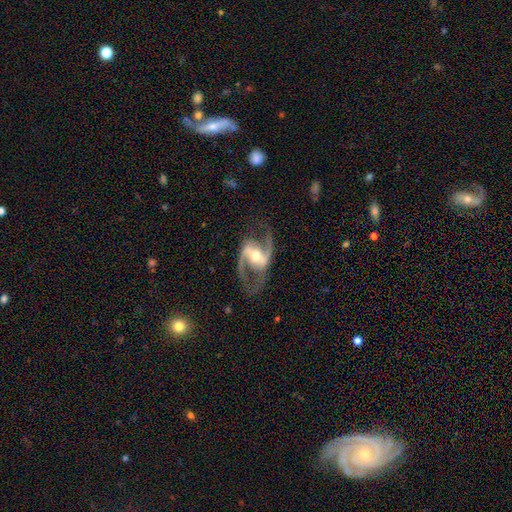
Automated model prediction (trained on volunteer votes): A featured or disk galaxy (91%) with a strong bar (49%), 2 (93%) medium (50%) spiral arms (96%) and a moderate central bulge (61%). Merging: none (76%).